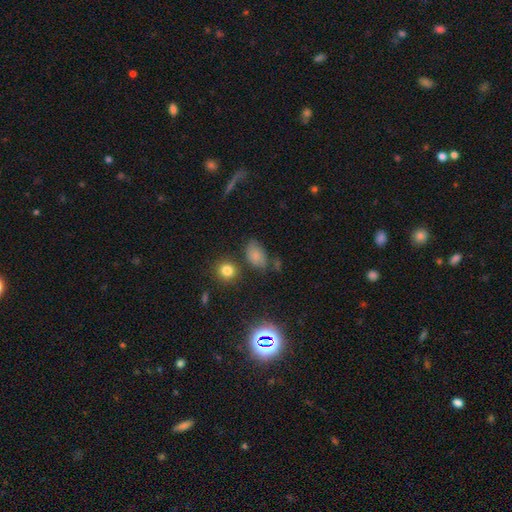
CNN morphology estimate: Smooth or featured? Predicted: smooth (p=0.73). How rounded? Predicted: in between (p=0.84). Merging? Predicted: none (p=0.60).